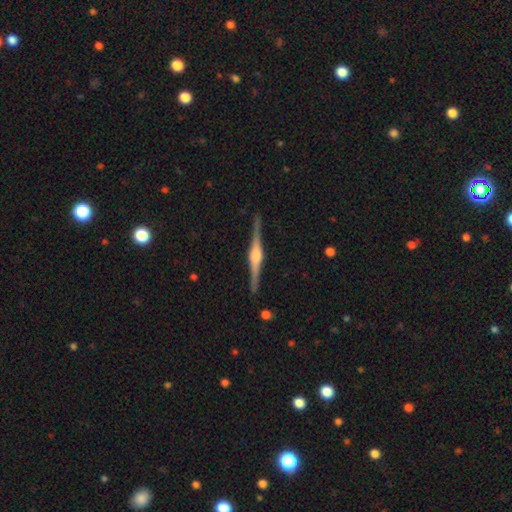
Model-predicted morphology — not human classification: type=featured or disk (88%); edge-on=yes (99%); edge-on bulge=rounded (81%); merging=none (91%).